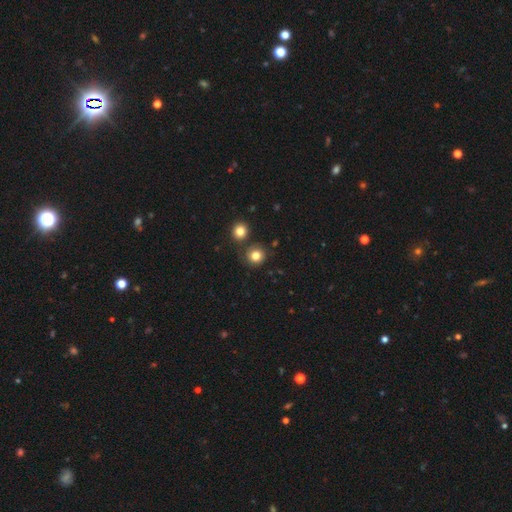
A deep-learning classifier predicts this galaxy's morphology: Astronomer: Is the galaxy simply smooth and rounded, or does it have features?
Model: smooth — 81%.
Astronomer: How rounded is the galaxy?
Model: round — 88%.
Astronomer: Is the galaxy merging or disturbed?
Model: none — 76%.